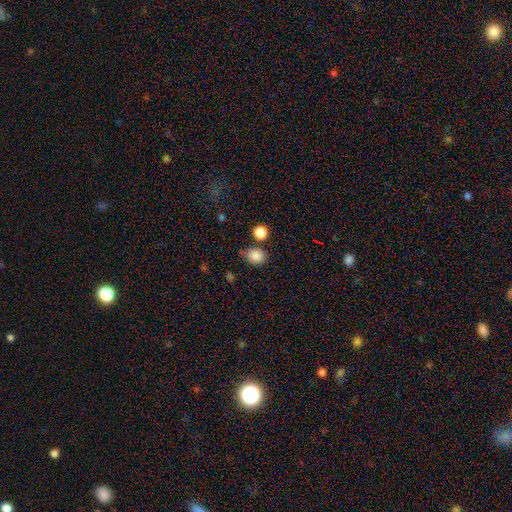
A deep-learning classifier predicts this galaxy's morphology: smooth_or_featured: smooth (p=0.85) [alt: star or artifact p=0.10]
how_rounded: round (p=0.55) [alt: in between p=0.44]
merging: none (p=0.72) [alt: minor disturbance p=0.15]